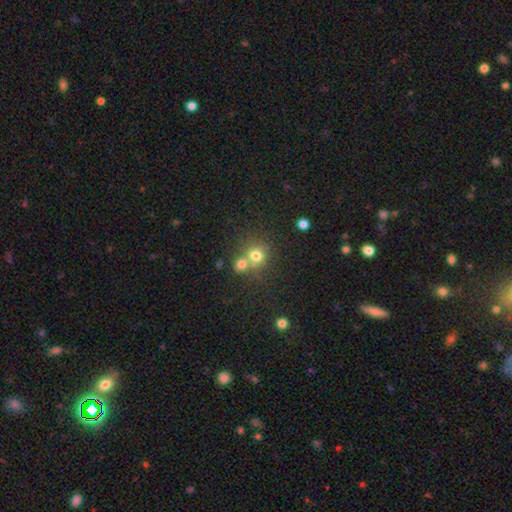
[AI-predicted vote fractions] smooth 72%, star or artifact 15%, featured or disk 13%. Down the decision tree: how rounded — round (79%); merging — merger (46%).